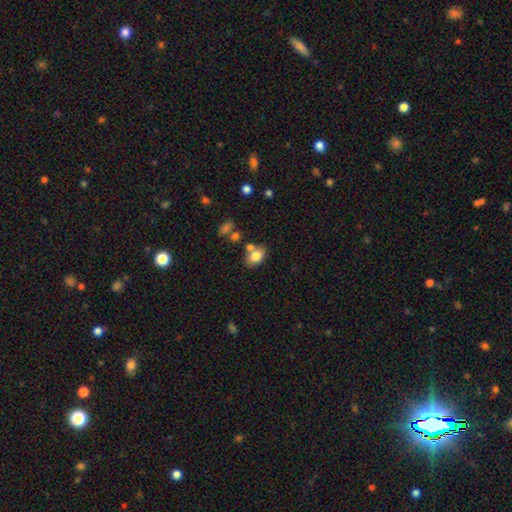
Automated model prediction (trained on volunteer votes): A smooth galaxy with no disk features (80%) that is in between round and cigar-shaped (80%).

Vote fractions:
- Smooth or featured? smooth: 80% / featured or disk: 11% / star or artifact: 9%
- How rounded? in between: 80% / round: 18% / cigar-shaped: 1%
- Merging? none: 61% / merger: 20% / minor disturbance: 15% / major disturbance: 4%